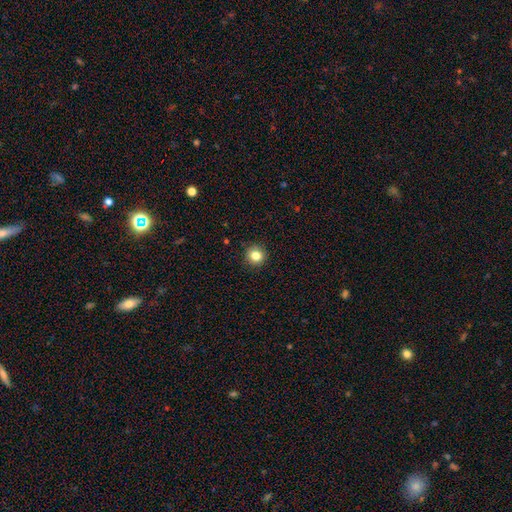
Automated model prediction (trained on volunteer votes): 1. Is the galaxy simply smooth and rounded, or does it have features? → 83% smooth, 11% star or artifact, 6% featured or disk.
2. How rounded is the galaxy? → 94% round, 5% in between, 1% cigar-shaped.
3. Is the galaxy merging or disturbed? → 92% none, 6% minor disturbance, 2% major disturbance, 1% merger.